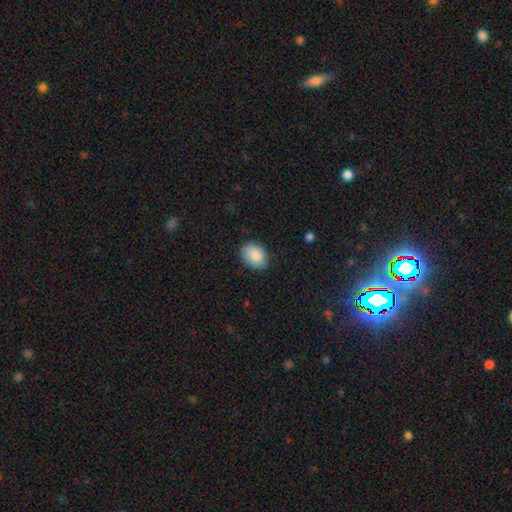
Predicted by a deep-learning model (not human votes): Smooth or featured: smooth — 87% (star or artifact — 7%)
How rounded: in between — 71% (round — 28%)
Merging: none — 84% (minor disturbance — 12%)